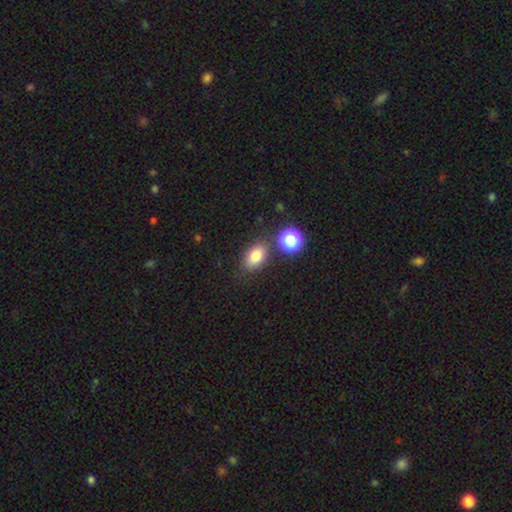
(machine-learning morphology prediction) Smooth or featured? Predicted: smooth (p=0.79). How rounded? Predicted: in between (p=0.82). Merging? Predicted: none (p=0.77).